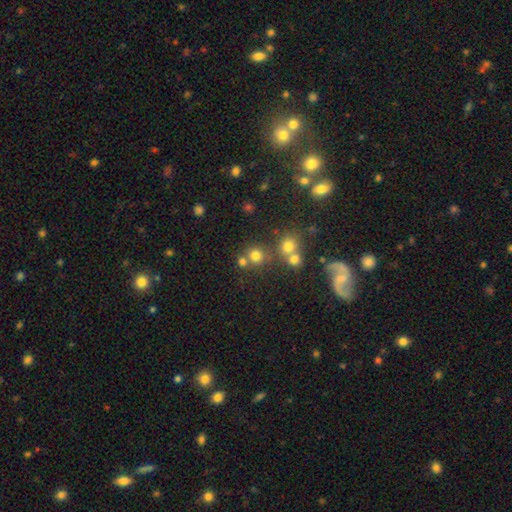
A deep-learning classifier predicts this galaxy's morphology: smooth 73%, star or artifact 19%, featured or disk 8%. Down the decision tree: how rounded — round (89%); merging — none (65%).